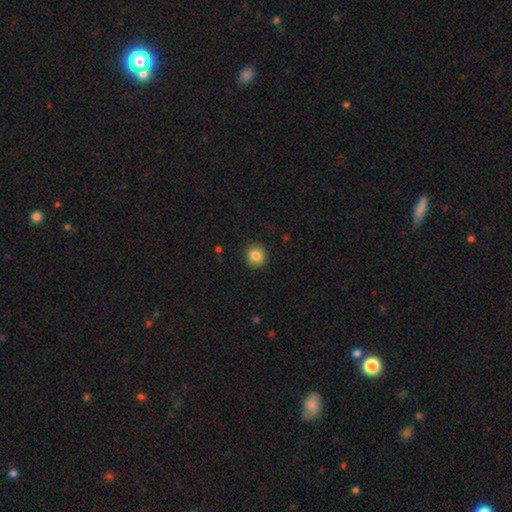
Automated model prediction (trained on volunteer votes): Q: Smooth or featured?
A: smooth (85%); runner-up: star or artifact (9%)
Q: How rounded?
A: round (88%); runner-up: in between (11%)
Q: Merging?
A: none (90%); runner-up: minor disturbance (7%)